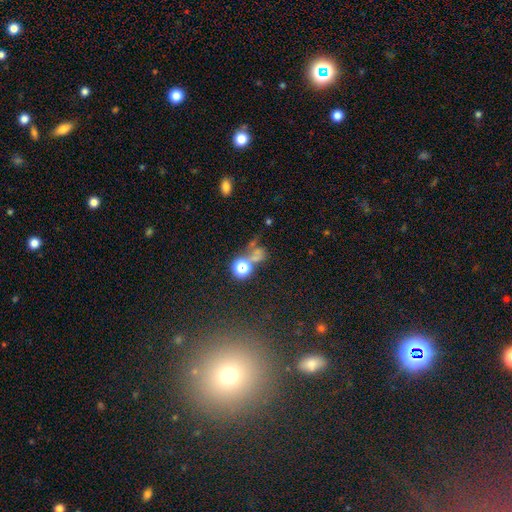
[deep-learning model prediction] Morphology: type=star or artifact (44%).